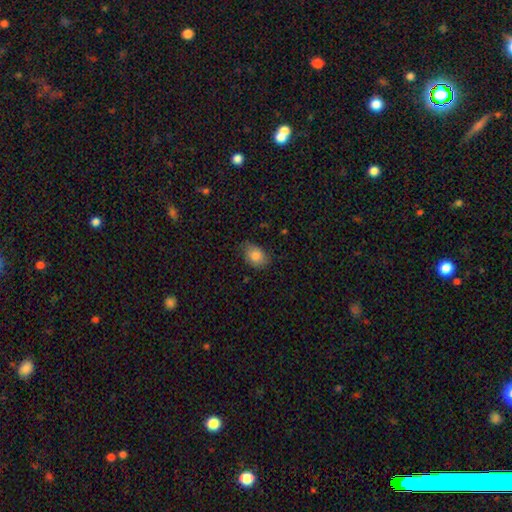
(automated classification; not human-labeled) The model was most divided on "merging": none: 66%, minor disturbance: 28%, major disturbance: 5%, merger: 1%. More confident: smooth or featured — smooth (82%); how rounded — in between (76%).